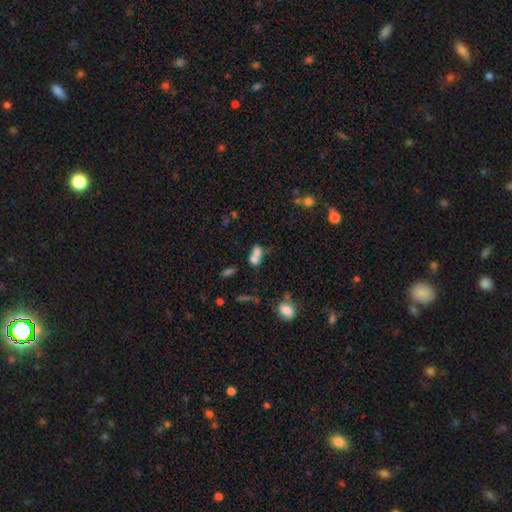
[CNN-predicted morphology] type=smooth (69%); roundness=in between (64%); merging=merger (66%).